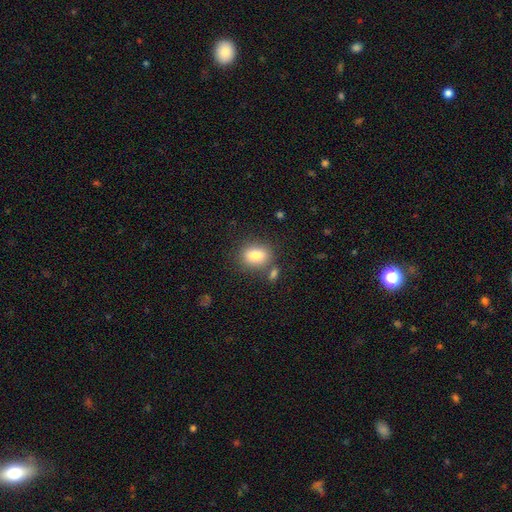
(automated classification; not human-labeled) Smooth or featured?
  - smooth: 81% *
  - featured or disk: 10%
  - star or artifact: 9%
How rounded?
  - in between: 65% *
  - round: 33%
  - cigar-shaped: 2%
Merging?
  - none: 73% *
  - minor disturbance: 13%
  - merger: 11%
  - major disturbance: 4%